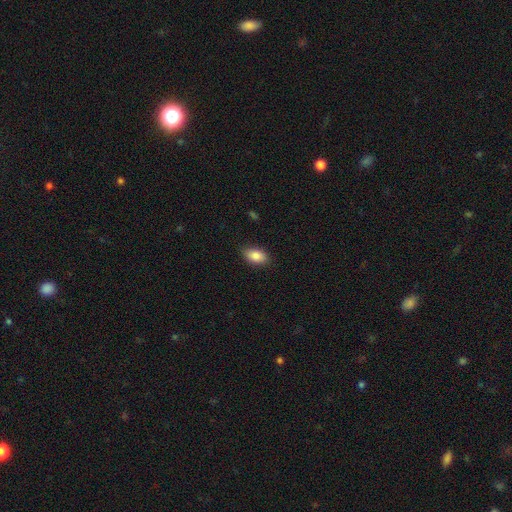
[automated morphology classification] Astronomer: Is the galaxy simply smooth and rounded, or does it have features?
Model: smooth — 86%.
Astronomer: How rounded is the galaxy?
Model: in between — 91%.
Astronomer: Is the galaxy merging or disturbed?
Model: none — 85%.